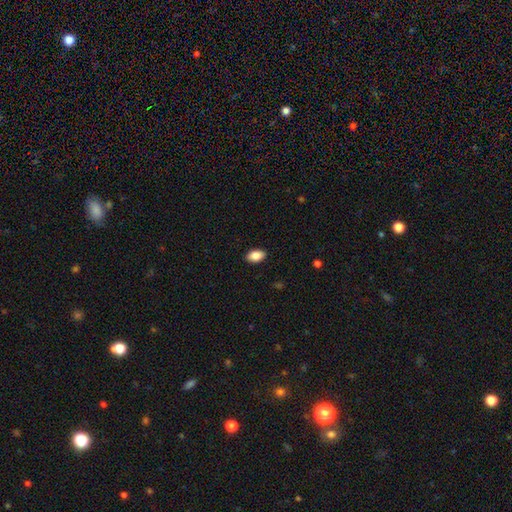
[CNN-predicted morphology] Overall: smooth (87%). How rounded: in between (92%). Merging: none (89%).